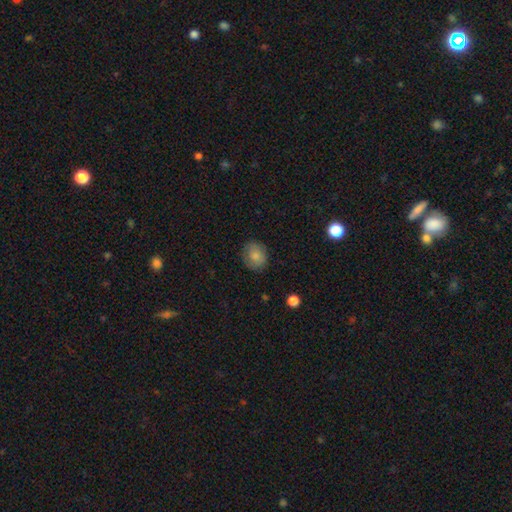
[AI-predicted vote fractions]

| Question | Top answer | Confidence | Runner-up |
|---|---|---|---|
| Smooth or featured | smooth | 82% | featured or disk (9%) |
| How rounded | round | 69% | in between (30%) |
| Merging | none | 82% | minor disturbance (14%) |